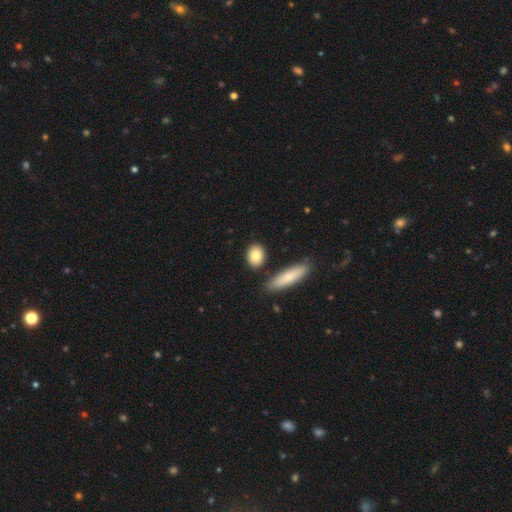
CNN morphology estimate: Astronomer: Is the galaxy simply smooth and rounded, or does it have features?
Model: smooth — 83%.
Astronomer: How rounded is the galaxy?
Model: in between — 61%.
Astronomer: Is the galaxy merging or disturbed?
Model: none — 83%.